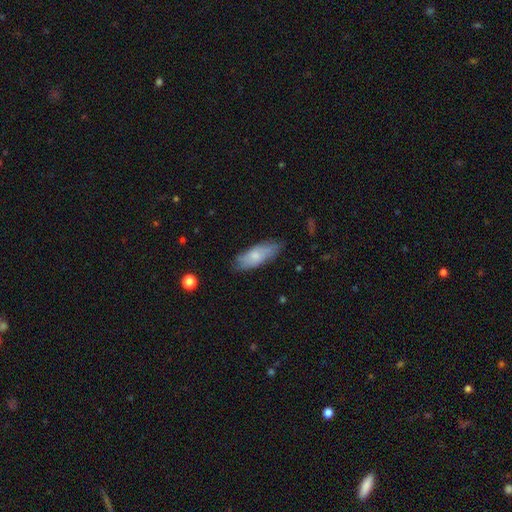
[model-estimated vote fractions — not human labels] Smooth or featured? smooth (65%)
How rounded? in between (68%)
Merging? none (74%)